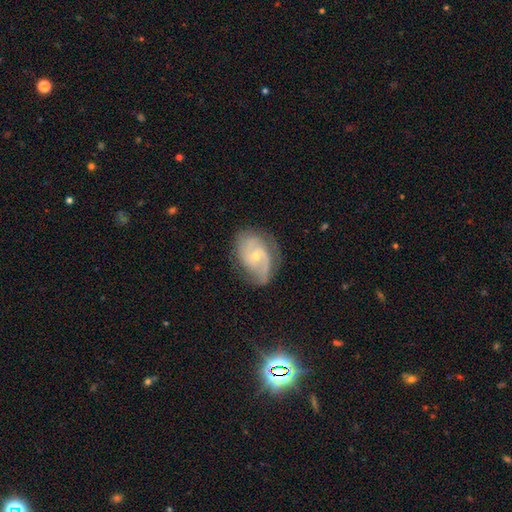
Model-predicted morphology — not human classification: Smooth or featured?
  - featured or disk: 80% *
  - smooth: 14%
  - star or artifact: 6%
Edge-on disk?
  - no: 97% *
  - yes: 3%
Bar?
  - no: 64% *
  - weak: 30%
  - strong: 6%
Spiral arms?
  - yes: 93% *
  - no: 7%
Spiral winding?
  - medium: 45% *
  - tight: 36%
  - loose: 20%
Spiral arm count?
  - 2: 64% *
  - can't tell: 16%
  - 3: 9%
  - 1: 7%
  - 4: 2%
  - more than 4: 2%
Bulge size?
  - small: 56% *
  - moderate: 41%
  - large: 1%
  - none: 1%
  - dominant: 1%
Merging?
  - none: 68% *
  - minor disturbance: 22%
  - major disturbance: 9%
  - merger: 1%